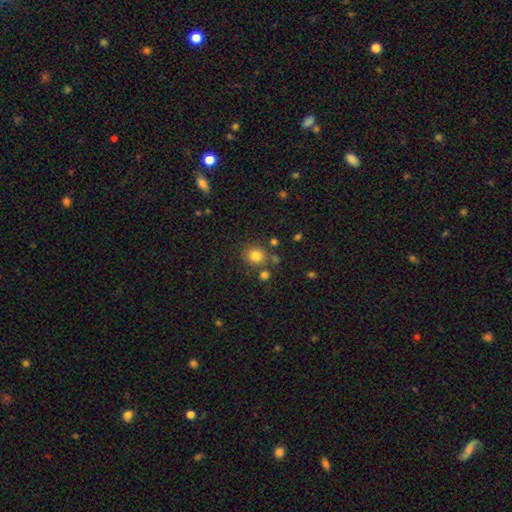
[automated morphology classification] The model was most divided on "how rounded": round: 81%, in between: 18%, cigar-shaped: 1%. More confident: smooth or featured — smooth (80%); merging — none (76%).